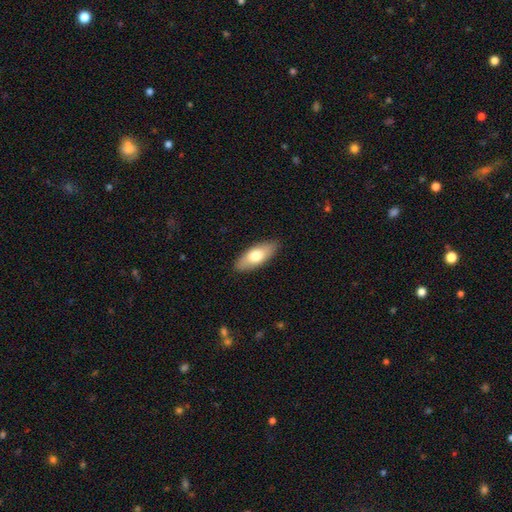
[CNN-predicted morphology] A smooth galaxy with no disk features (71%) that is in between round and cigar-shaped (80%). Merging: none (88%).